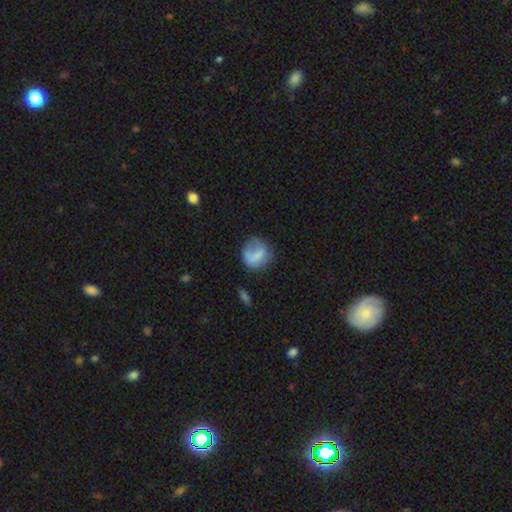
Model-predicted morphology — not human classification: Smooth or featured? Predicted: smooth (p=0.75). How rounded? Predicted: round (p=0.78). Merging? Predicted: none (p=0.52).